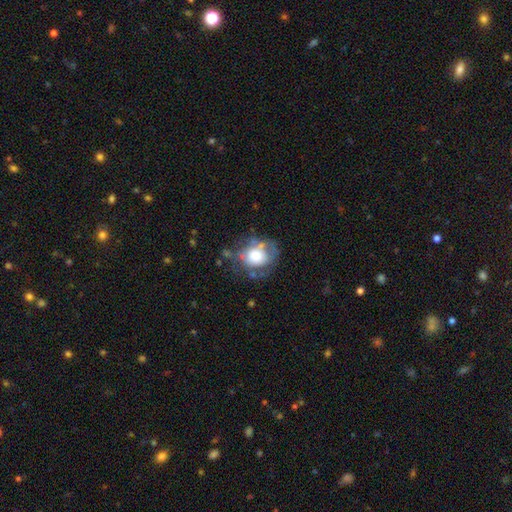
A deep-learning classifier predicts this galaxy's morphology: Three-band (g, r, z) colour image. It shows a smooth galaxy with no disk features (58%) that is round (55%). Merging: none (43%).